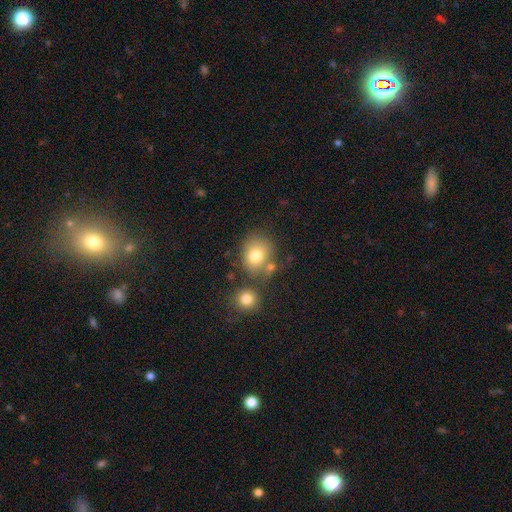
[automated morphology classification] smooth-or-featured: smooth: 77% | featured or disk: 12% | star or artifact: 10%
  how-rounded: round: 62% | in between: 37% | cigar-shaped: 1%
  merging: none: 59% | merger: 20% | minor disturbance: 15% | major disturbance: 6%